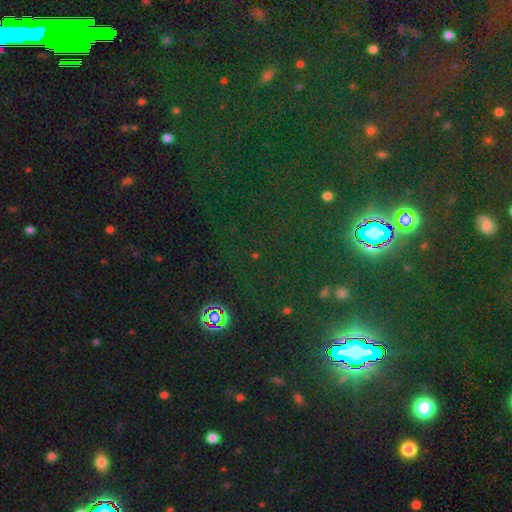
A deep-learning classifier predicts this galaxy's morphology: A star or artifact, not a galaxy (77%).

Vote fractions:
- Smooth or featured? star or artifact: 77% / smooth: 15% / featured or disk: 9%